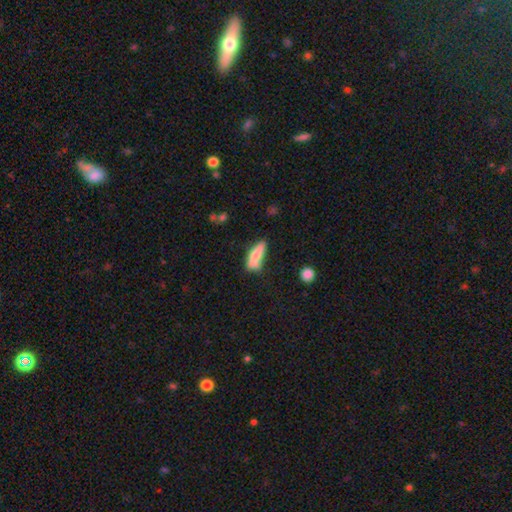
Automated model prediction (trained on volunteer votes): smooth-or-featured: smooth: 67% | featured or disk: 26% | star or artifact: 7%
  how-rounded: cigar-shaped: 50% | in between: 47% | round: 3%
  merging: none: 45% | minor disturbance: 28% | merger: 14% | major disturbance: 13%